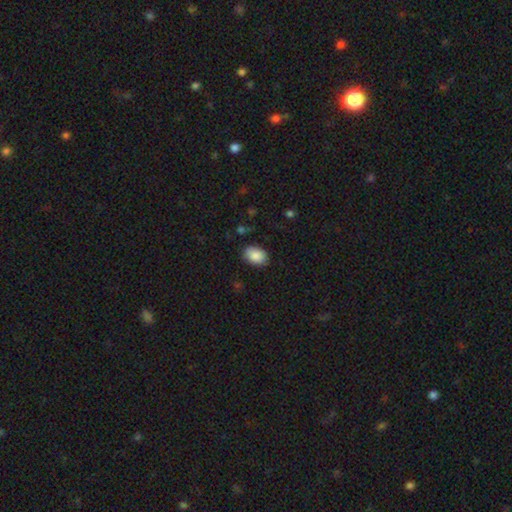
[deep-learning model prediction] This appears to be a smooth galaxy with no disk features (88%) that is in between round and cigar-shaped (83%). Merging: none (85%).